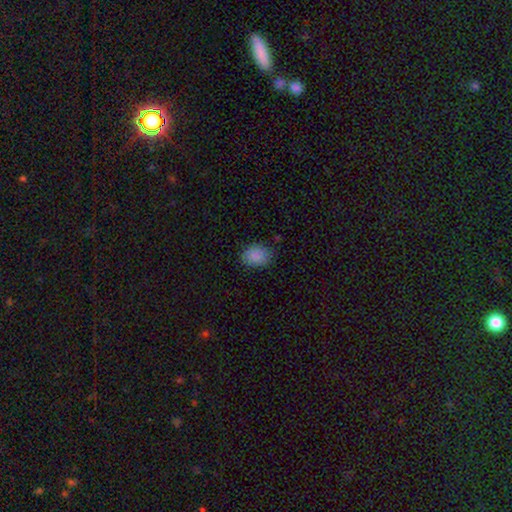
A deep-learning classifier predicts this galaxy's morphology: A smooth galaxy with no disk features (88%) that is in between round and cigar-shaped (62%).

Vote fractions:
- Smooth or featured? smooth: 88% / star or artifact: 8% / featured or disk: 4%
- How rounded? in between: 62% / round: 37% / cigar-shaped: 1%
- Merging? none: 78% / minor disturbance: 18% / major disturbance: 3% / merger: 1%